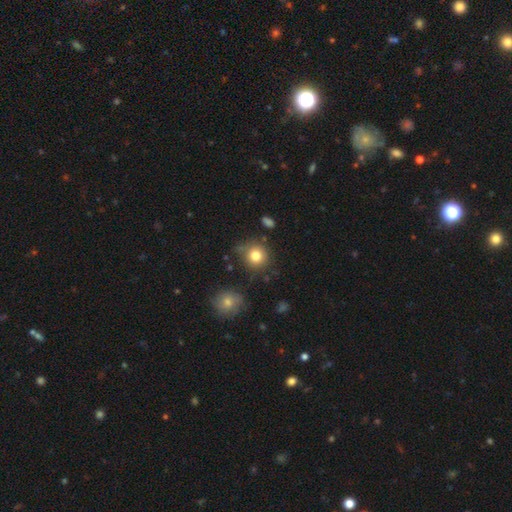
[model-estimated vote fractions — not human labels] Morphology: type=smooth (81%); roundness=round (89%); merging=none (78%).